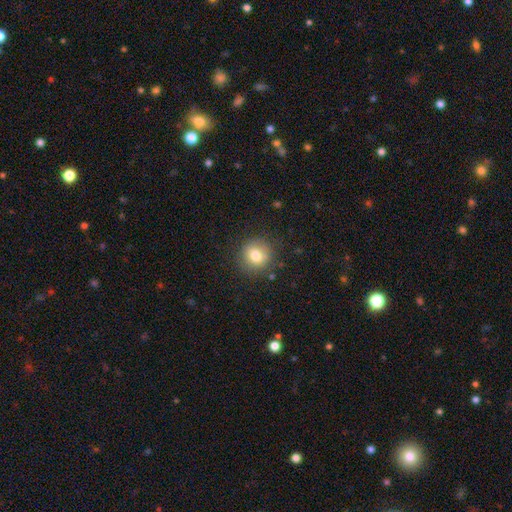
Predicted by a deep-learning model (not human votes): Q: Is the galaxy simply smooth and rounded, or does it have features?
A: smooth — 78%.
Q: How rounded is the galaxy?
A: round — 88%.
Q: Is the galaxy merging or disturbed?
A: none — 84%.